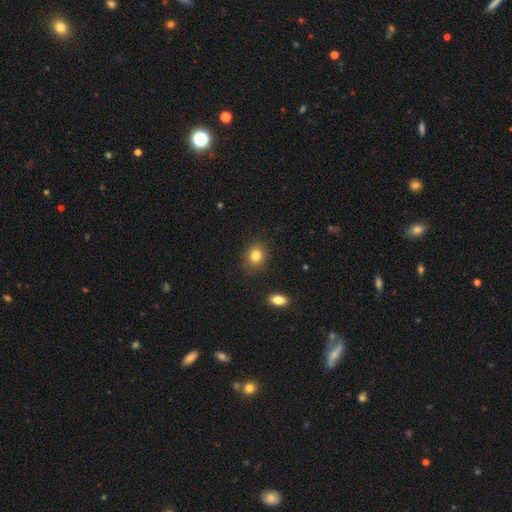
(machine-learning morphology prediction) Smooth or featured? smooth (82%)
How rounded? round (60%)
Merging? none (85%)